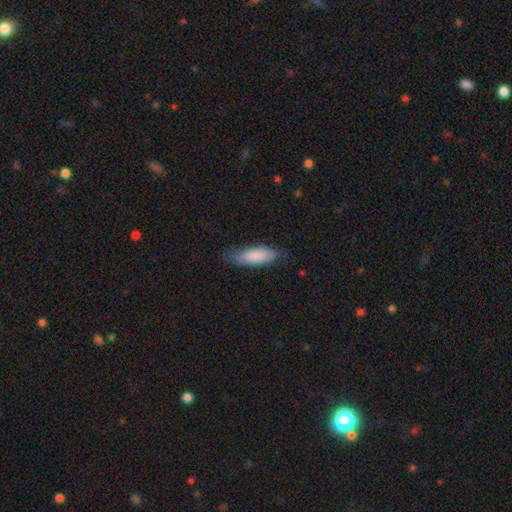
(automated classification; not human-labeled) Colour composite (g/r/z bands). It shows a smooth galaxy with no disk features (84%) that is in between round and cigar-shaped (54%). Merging: none (71%).